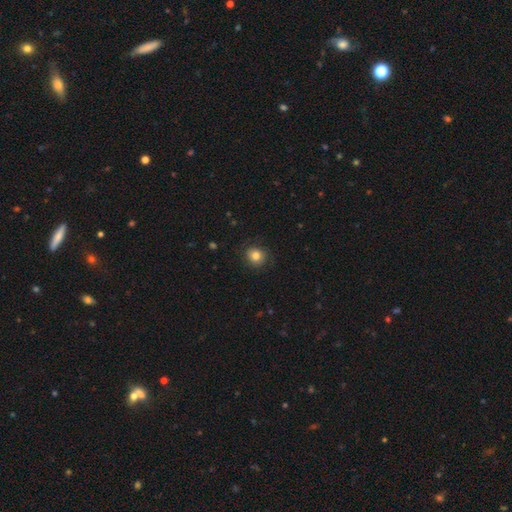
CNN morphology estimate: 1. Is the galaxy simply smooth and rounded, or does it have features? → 82% smooth, 11% star or artifact, 8% featured or disk.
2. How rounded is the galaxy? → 84% round, 15% in between, 1% cigar-shaped.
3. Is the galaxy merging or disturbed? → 86% none, 10% minor disturbance, 3% major disturbance, 1% merger.